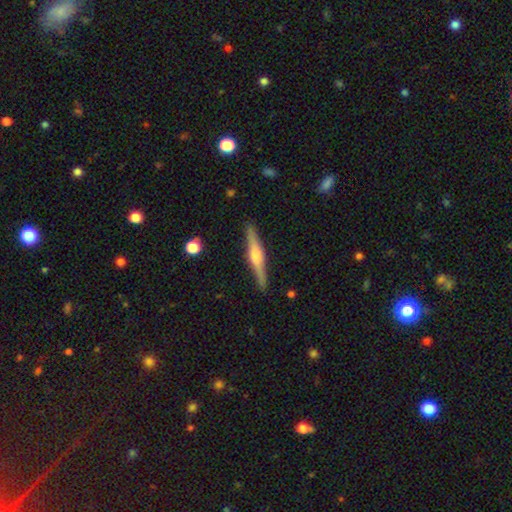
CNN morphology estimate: A featured or disk galaxy (68%) viewed edge-on (97%) with a rounded central bulge (73%).

Vote fractions:
- Smooth or featured? featured or disk: 68% / smooth: 26% / star or artifact: 6%
- Edge-on disk? yes: 97% / no: 3%
- Edge-on bulge? rounded: 73% / boxy: 21% / none: 6%
- Merging? none: 89% / minor disturbance: 8% / major disturbance: 2% / merger: 1%